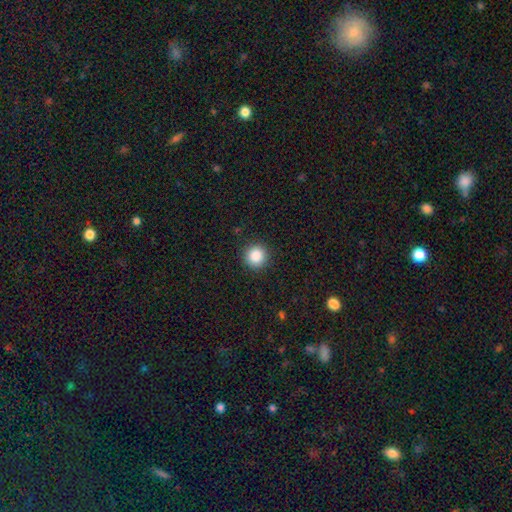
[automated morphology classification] smooth 87%, star or artifact 10%, featured or disk 3%. Down the decision tree: how rounded — round (95%); merging — none (92%).